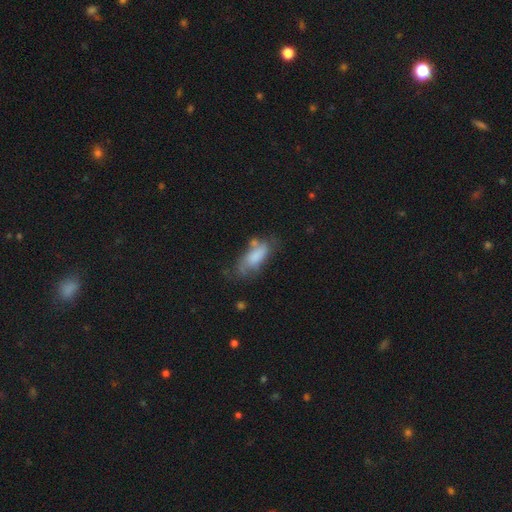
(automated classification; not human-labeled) Smooth or featured? smooth (69%)
How rounded? in between (76%)
Merging? none (37%)